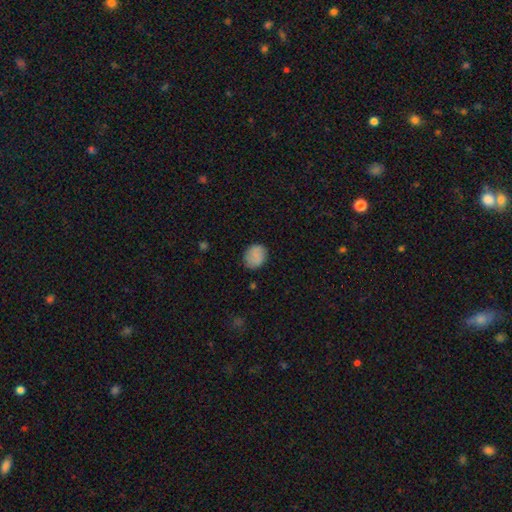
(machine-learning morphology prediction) Smooth or featured: smooth — 85% (star or artifact — 8%)
How rounded: round — 62% (in between — 37%)
Merging: none — 81% (minor disturbance — 15%)